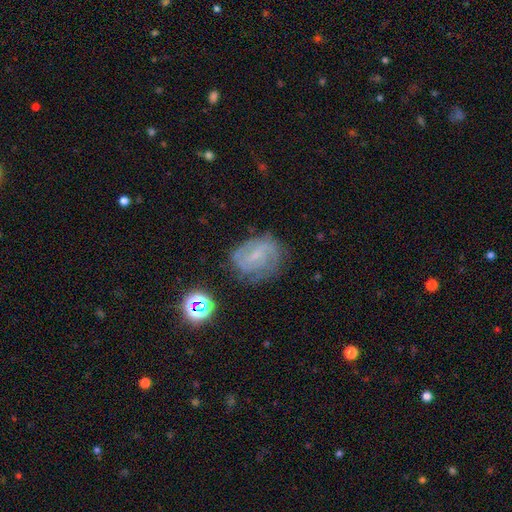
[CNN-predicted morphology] Smooth or featured: featured or disk — 74% (smooth — 15%)
Edge-on disk: no — 97% (yes — 3%)
Bar: weak — 56% (no — 25%)
Spiral arms: yes — 91% (no — 9%)
Spiral winding: medium — 43% (tight — 42%)
Spiral arm count: 2 — 52% (can't tell — 26%)
Bulge size: small — 58% (none — 26%)
Merging: none — 67% (minor disturbance — 20%)